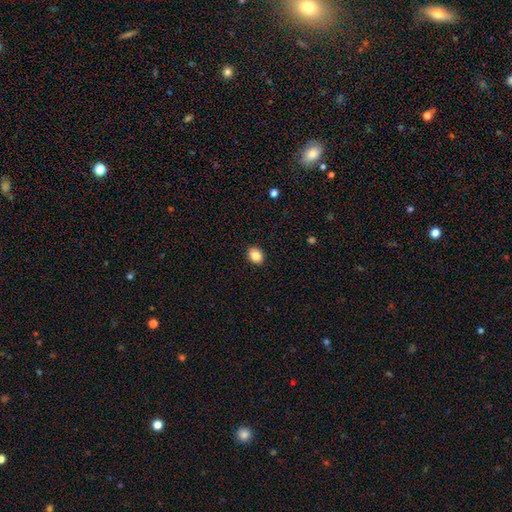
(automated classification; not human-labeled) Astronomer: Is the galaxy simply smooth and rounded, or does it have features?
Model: smooth — 85%.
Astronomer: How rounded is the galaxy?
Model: in between — 56% (runner-up: round, 43%).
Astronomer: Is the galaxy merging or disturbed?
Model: none — 90%.